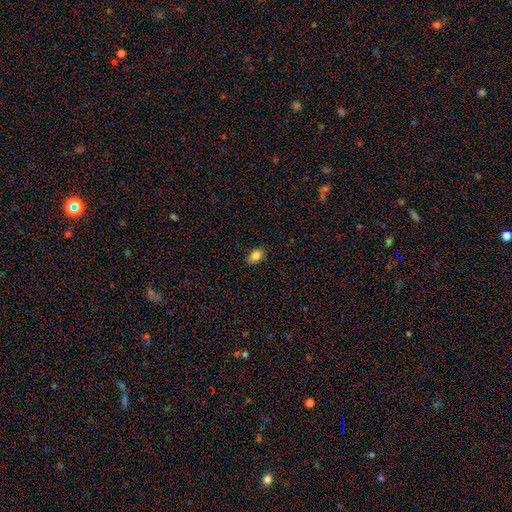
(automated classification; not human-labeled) smooth_or_featured: smooth (p=0.84) [alt: star or artifact p=0.09]
how_rounded: in between (p=0.84) [alt: round p=0.14]
merging: none (p=0.84) [alt: minor disturbance p=0.12]